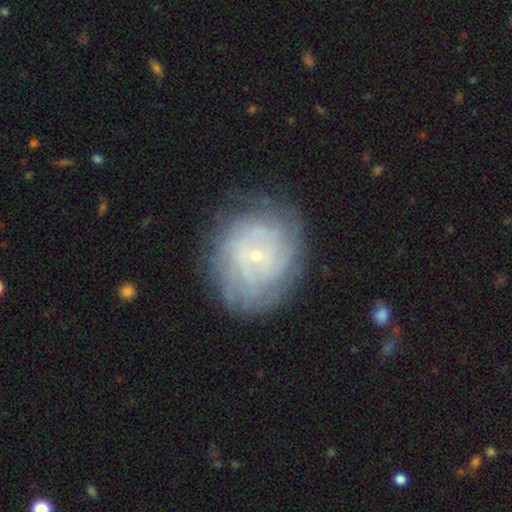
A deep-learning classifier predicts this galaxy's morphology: A featured or disk galaxy (76%) with no bar (77%), tight (75%) spiral arms (88%) and a small central bulge (87%). Merging: none (76%).